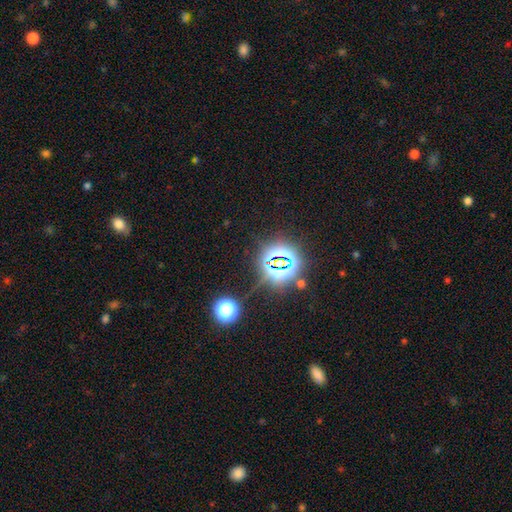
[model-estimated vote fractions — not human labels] smooth_or_featured: star or artifact (p=0.81) [alt: smooth p=0.13]